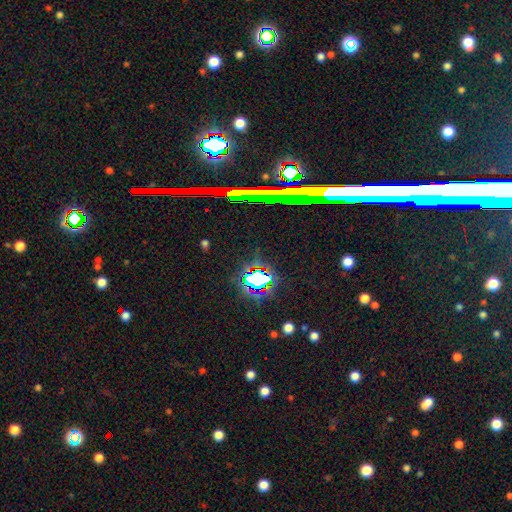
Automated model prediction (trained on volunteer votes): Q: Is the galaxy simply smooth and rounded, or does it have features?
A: star or artifact — 75%.